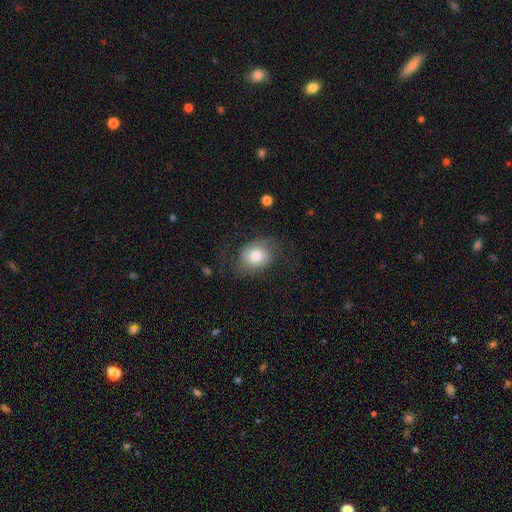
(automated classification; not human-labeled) A smooth galaxy with no disk features (61%) that is round (54%).

Vote fractions:
- Smooth or featured? smooth: 61% / featured or disk: 31% / star or artifact: 8%
- How rounded? round: 54% / in between: 45% / cigar-shaped: 1%
- Merging? none: 60% / minor disturbance: 21% / major disturbance: 17% / merger: 1%